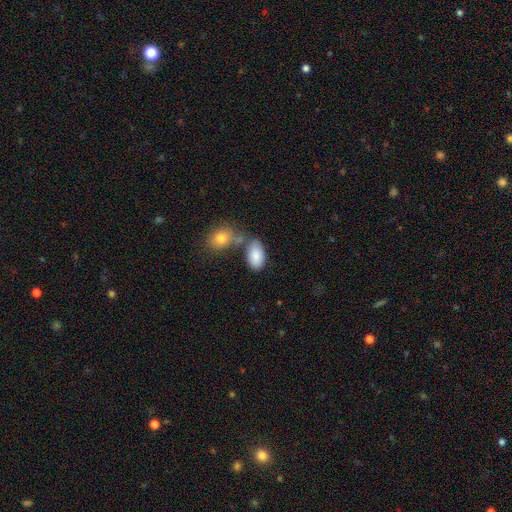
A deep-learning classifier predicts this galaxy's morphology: A smooth galaxy with no disk features (85%) that is in between round and cigar-shaped (94%). Merging: none (54%).